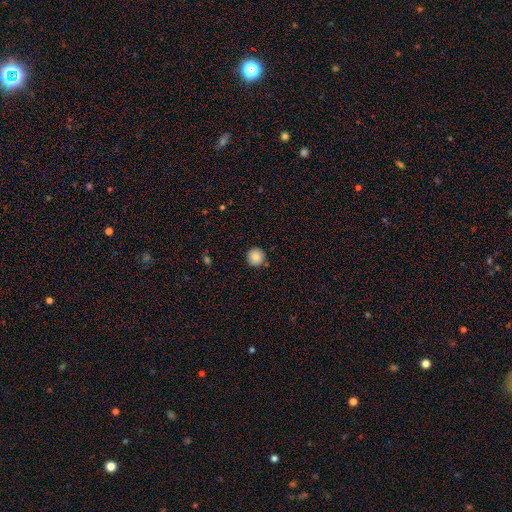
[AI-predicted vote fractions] Smooth or featured? smooth (84%)
How rounded? round (96%)
Merging? none (90%)